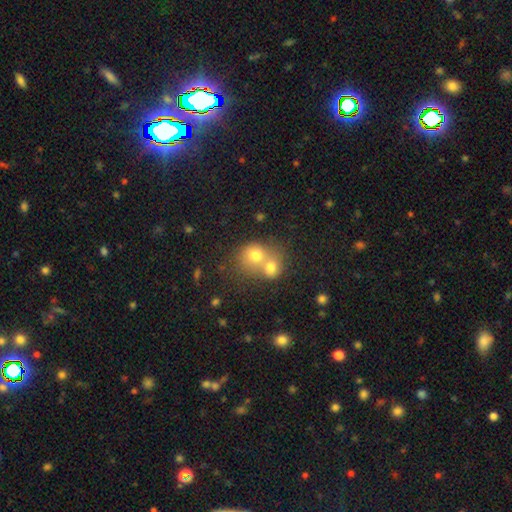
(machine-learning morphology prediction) This appears to be a smooth galaxy with no disk features (70%) that is round (72%). Merging: merger (65%).